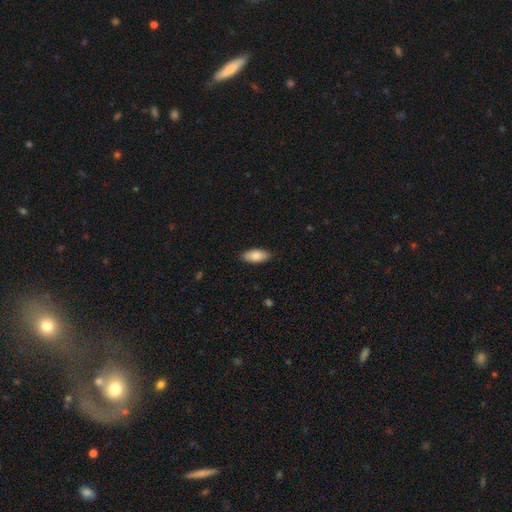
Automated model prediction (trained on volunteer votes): A smooth galaxy with no disk features (85%) that is in between round and cigar-shaped (87%). Merging: none (88%).